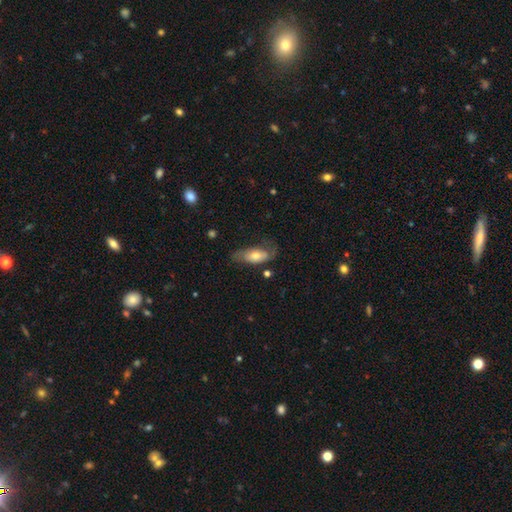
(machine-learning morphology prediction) smooth-or-featured: smooth: 54% | featured or disk: 39% | star or artifact: 7%
  how-rounded: in between: 83% | cigar-shaped: 12% | round: 4%
  merging: none: 55% | minor disturbance: 27% | major disturbance: 16% | merger: 2%